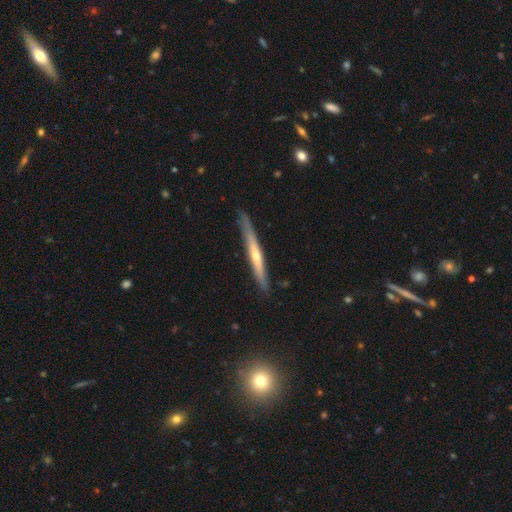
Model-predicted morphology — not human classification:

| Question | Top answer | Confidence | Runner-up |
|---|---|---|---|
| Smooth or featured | featured or disk | 68% | smooth (26%) |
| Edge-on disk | yes | 95% | no (5%) |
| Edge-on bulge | rounded | 67% | none (29%) |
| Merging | none | 86% | minor disturbance (11%) |